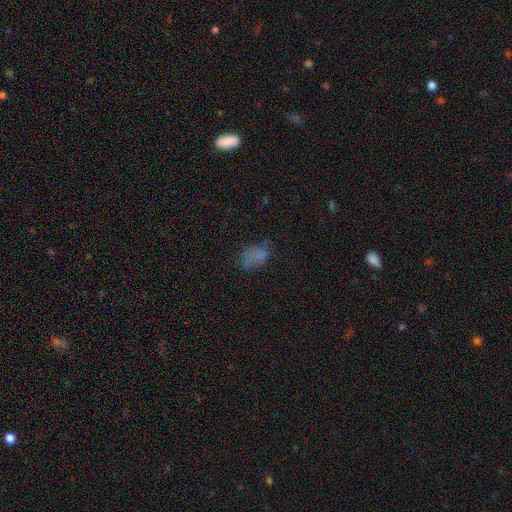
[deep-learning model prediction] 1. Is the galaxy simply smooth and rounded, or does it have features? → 66% smooth, 18% star or artifact, 16% featured or disk.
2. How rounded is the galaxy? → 86% in between, 12% round, 2% cigar-shaped.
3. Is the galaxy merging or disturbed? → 49% none, 27% minor disturbance, 20% major disturbance, 4% merger.